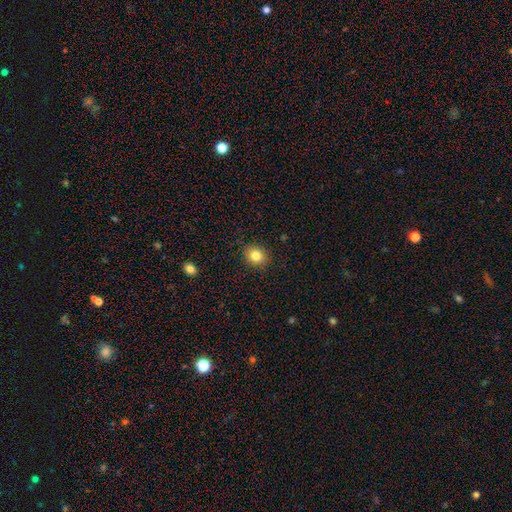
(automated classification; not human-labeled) Smooth or featured? Predicted: smooth (p=0.83). How rounded? Predicted: round (p=0.64). Merging? Predicted: none (p=0.88).